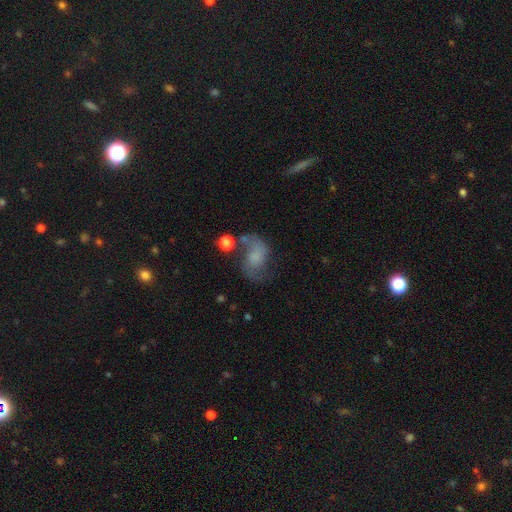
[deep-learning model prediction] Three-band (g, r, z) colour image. It shows a featured or disk galaxy (60%) with no bar (65%), spiral arms (86%) and no central bulge (39%). Merging: none (47%).